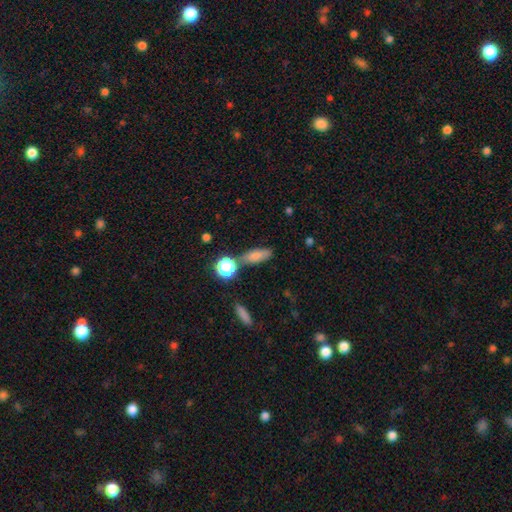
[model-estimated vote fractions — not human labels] This is likely a smooth galaxy (76%). How rounded: possibly in between (59%). Merging: likely none (71%).